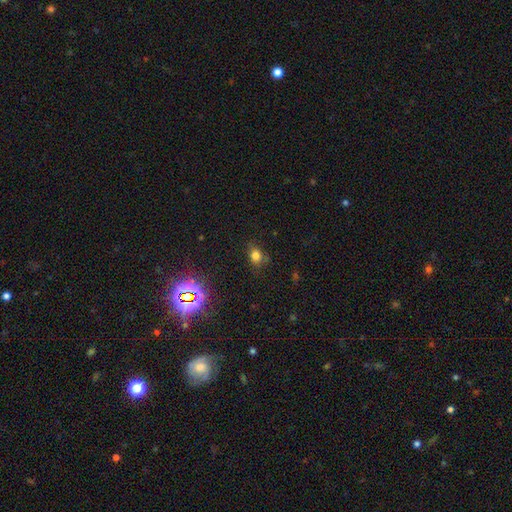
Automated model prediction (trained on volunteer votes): smooth-or-featured: smooth: 70% | star or artifact: 22% | featured or disk: 8%
  how-rounded: round: 53% | in between: 45% | cigar-shaped: 2%
  merging: none: 72% | minor disturbance: 20% | major disturbance: 6% | merger: 2%